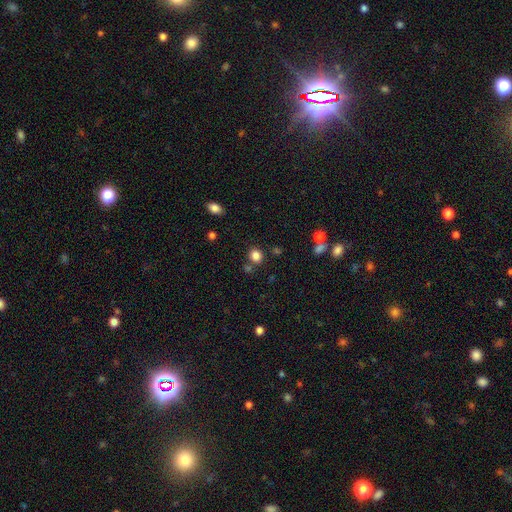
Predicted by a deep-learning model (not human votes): Smooth or featured? smooth (83%)
How rounded? round (71%)
Merging? none (77%)